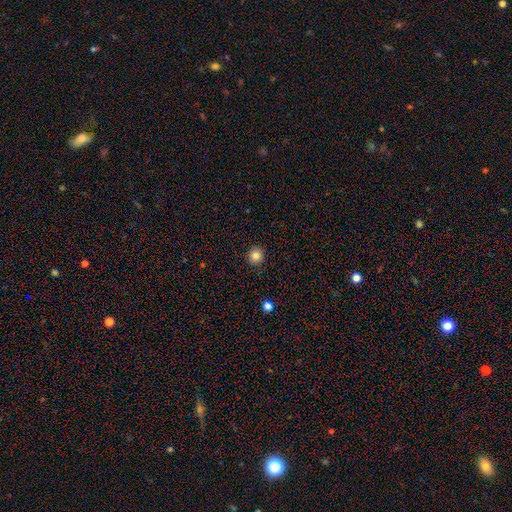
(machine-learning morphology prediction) This appears to be a smooth galaxy with no disk features (83%) that is round (92%). Merging: none (92%).